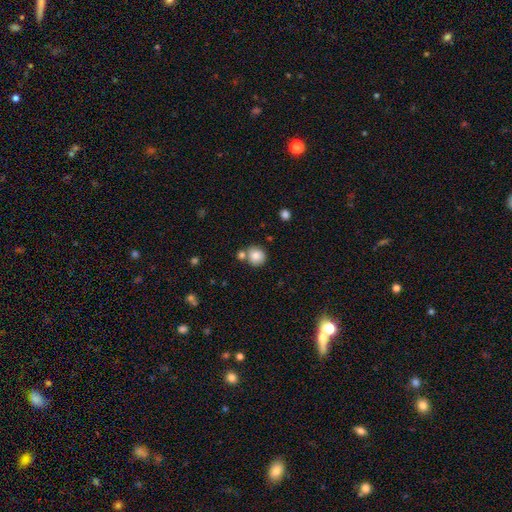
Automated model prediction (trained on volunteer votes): Morphology: type=smooth (85%); roundness=round (89%); merging=none (65%).